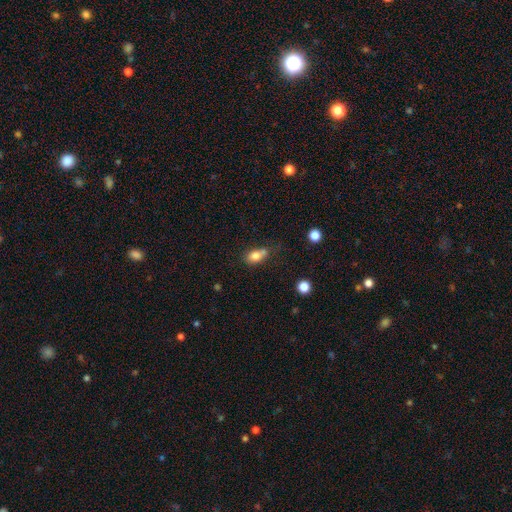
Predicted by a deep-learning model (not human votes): Morphology: type=smooth (78%); roundness=in between (71%); merging=none (39%).